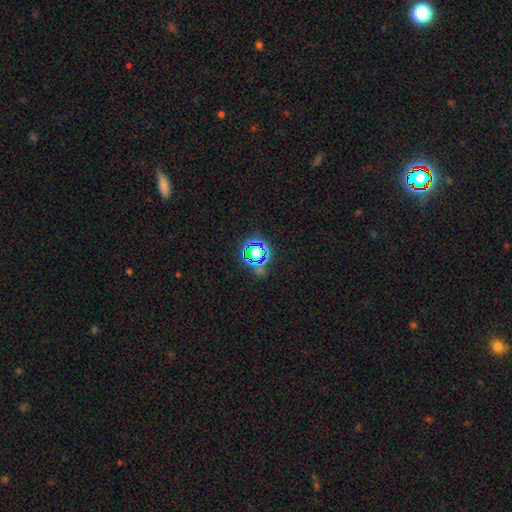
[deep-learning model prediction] A star or artifact, not a galaxy (54%).